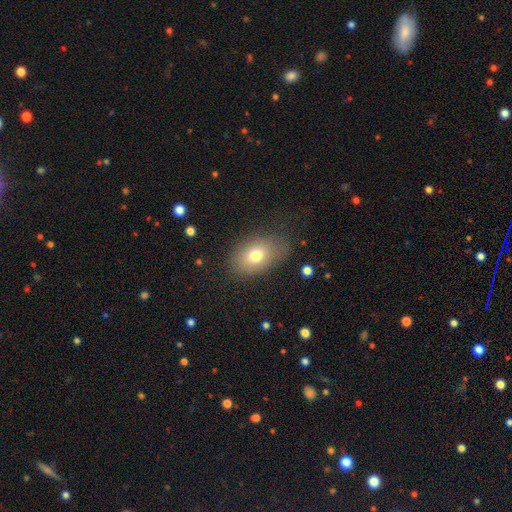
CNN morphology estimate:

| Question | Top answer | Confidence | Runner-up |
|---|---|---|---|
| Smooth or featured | smooth | 74% | featured or disk (16%) |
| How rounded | in between | 85% | round (13%) |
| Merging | none | 71% | minor disturbance (19%) |